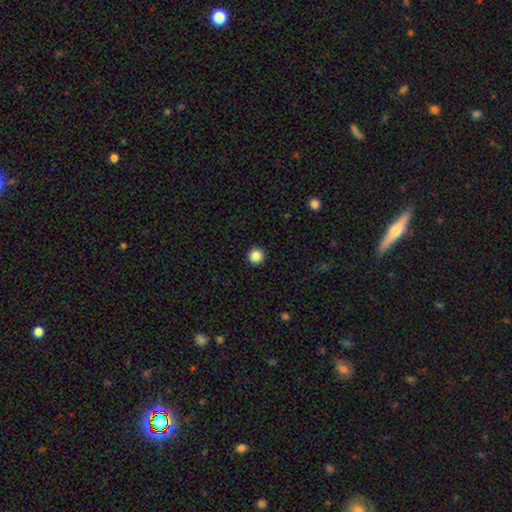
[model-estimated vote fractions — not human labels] smooth_or_featured: smooth (p=0.87) [alt: star or artifact p=0.10]
how_rounded: round (p=0.96) [alt: in between p=0.03]
merging: none (p=0.94) [alt: minor disturbance p=0.04]